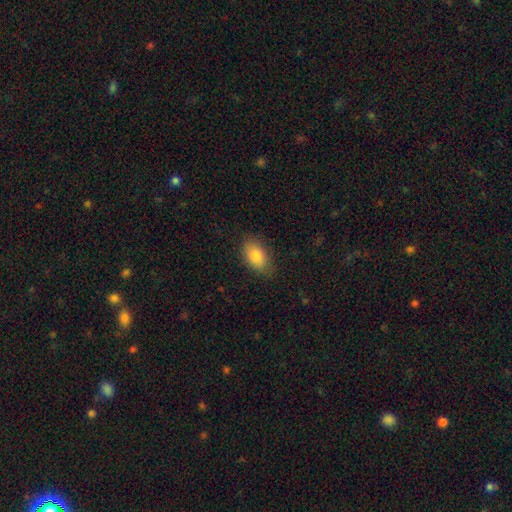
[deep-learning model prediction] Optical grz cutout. It shows a smooth galaxy with no disk features (85%) that is in between round and cigar-shaped (91%). Merging: none (81%).